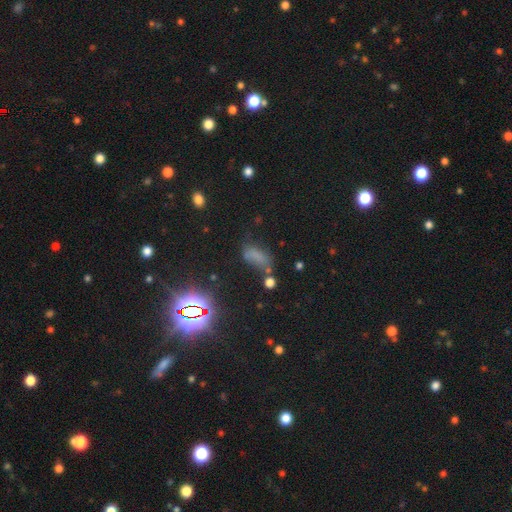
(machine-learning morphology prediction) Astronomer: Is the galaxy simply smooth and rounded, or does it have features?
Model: smooth — 58%.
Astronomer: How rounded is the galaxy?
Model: in between — 82%.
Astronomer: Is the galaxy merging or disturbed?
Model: none — 45% (runner-up: minor disturbance, 27%).